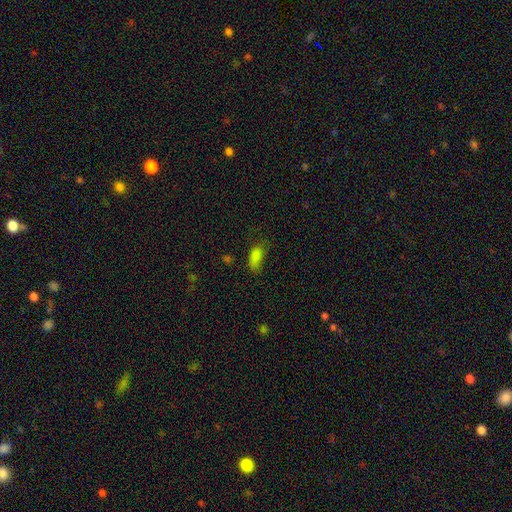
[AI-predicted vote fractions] Smooth or featured?
  - smooth: 80% *
  - star or artifact: 12%
  - featured or disk: 7%
How rounded?
  - in between: 85% *
  - cigar-shaped: 10%
  - round: 5%
Merging?
  - none: 46% *
  - minor disturbance: 33%
  - major disturbance: 18%
  - merger: 3%